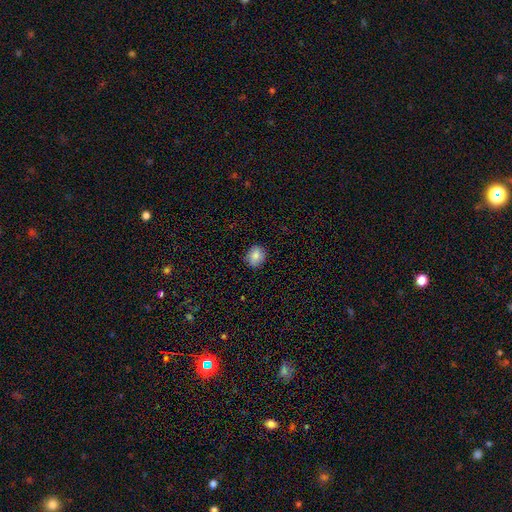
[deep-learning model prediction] Smooth or featured? Predicted: smooth (p=0.84). How rounded? Predicted: round (p=0.65). Merging? Predicted: none (p=0.85).